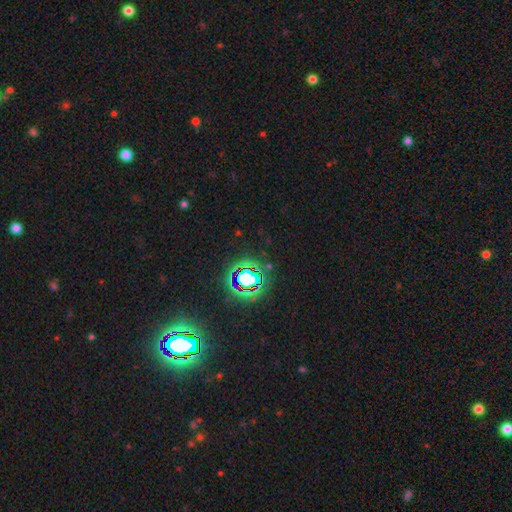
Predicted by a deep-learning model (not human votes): Overall: star or artifact (82%).